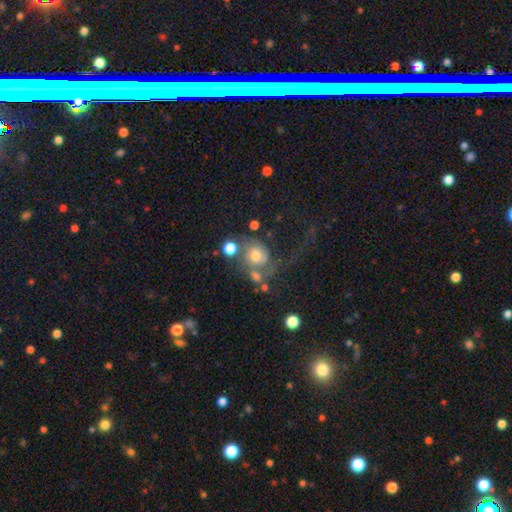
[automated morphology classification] Smooth or featured? featured or disk (44%)
Merging? major disturbance (38%)